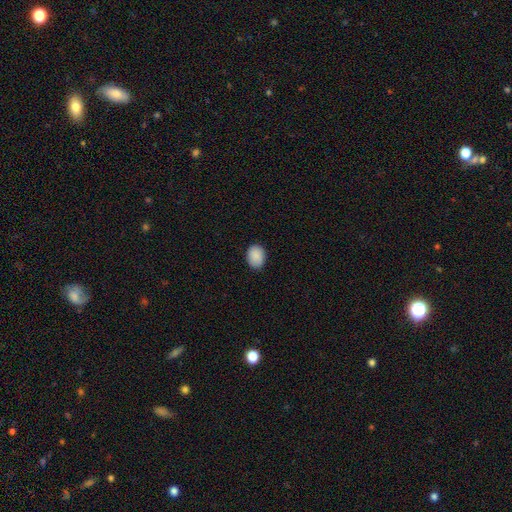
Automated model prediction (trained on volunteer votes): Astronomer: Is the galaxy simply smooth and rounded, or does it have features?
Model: smooth — 90%.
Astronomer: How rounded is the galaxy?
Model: in between — 67%.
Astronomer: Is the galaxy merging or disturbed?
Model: none — 87%.